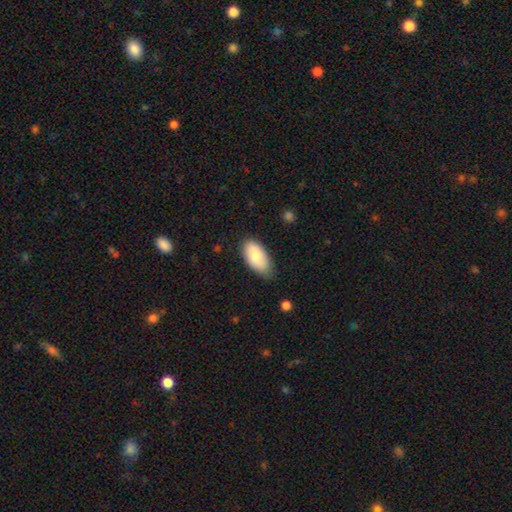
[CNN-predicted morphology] Smooth or featured: smooth — 81% (featured or disk — 13%)
How rounded: in between — 94% (cigar-shaped — 4%)
Merging: none — 71% (minor disturbance — 24%)